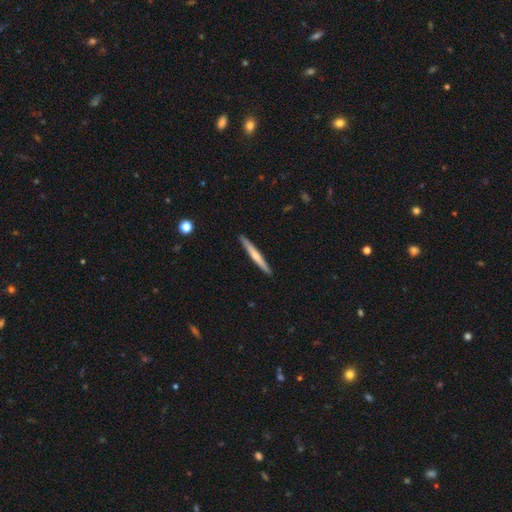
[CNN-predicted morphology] smooth_or_featured: smooth (p=0.49) [alt: featured or disk p=0.46]
merging: none (p=0.92) [alt: minor disturbance p=0.06]